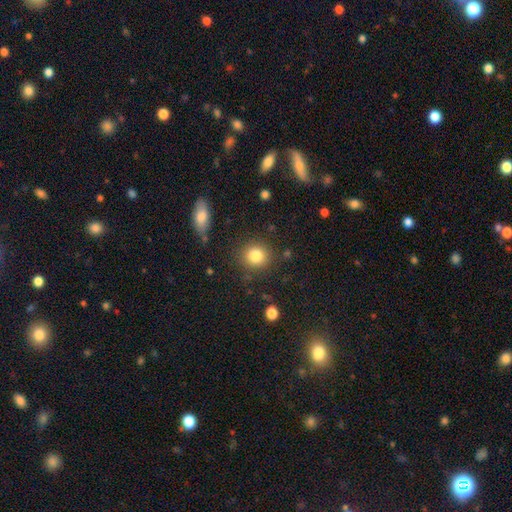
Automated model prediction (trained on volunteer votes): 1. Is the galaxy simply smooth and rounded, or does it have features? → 83% smooth, 10% star or artifact, 7% featured or disk.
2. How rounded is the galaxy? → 82% round, 17% in between, 1% cigar-shaped.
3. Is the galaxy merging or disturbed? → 85% none, 9% minor disturbance, 3% major disturbance, 3% merger.